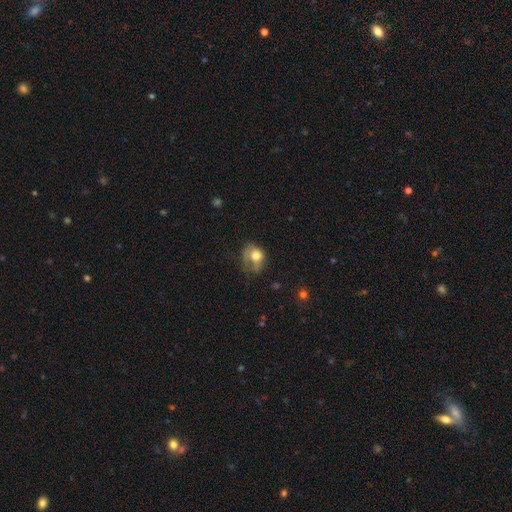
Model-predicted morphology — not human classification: Smooth or featured? smooth (68%)
How rounded? round (51%)
Merging? none (34%)